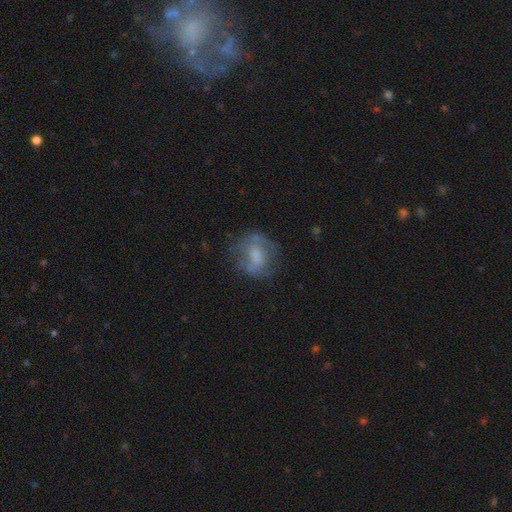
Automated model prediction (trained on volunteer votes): Morphology: type=smooth (48%); merging=none (60%).